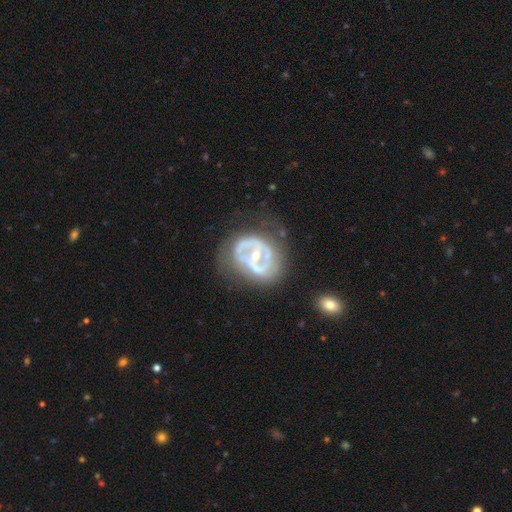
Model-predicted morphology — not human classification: This is clearly a featured or disk galaxy (80%). It is clearly not viewed edge-on (96%). Bar: possibly strong (48%). Spiral arm pattern: possibly no (52%). Central bulge: possibly moderate (50%). Merging: possibly none (45%).